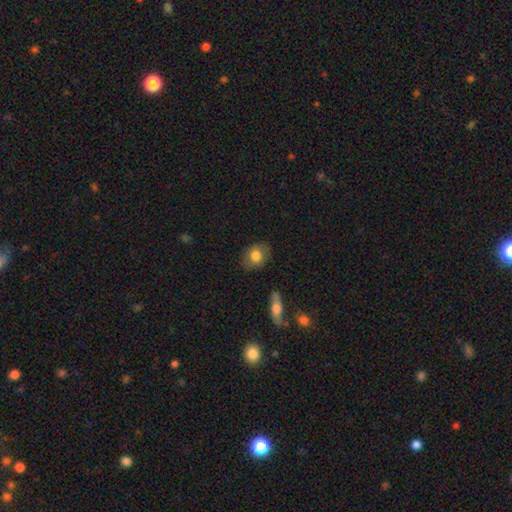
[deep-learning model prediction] Q: Smooth or featured?
A: smooth (76%); runner-up: featured or disk (17%)
Q: How rounded?
A: in between (54%); runner-up: round (44%)
Q: Merging?
A: none (82%); runner-up: minor disturbance (13%)